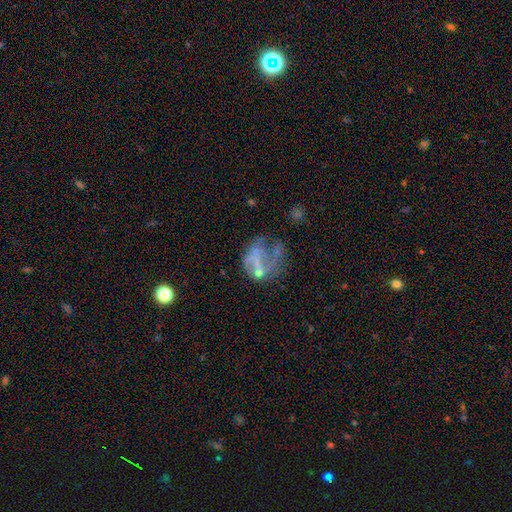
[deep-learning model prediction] This is possibly a featured or disk galaxy (52%). It is clearly not viewed edge-on (98%). Bar: likely no (76%). Spiral arm pattern: likely no (79%). Central bulge: likely none (69%). Merging: marginally major disturbance (42%).